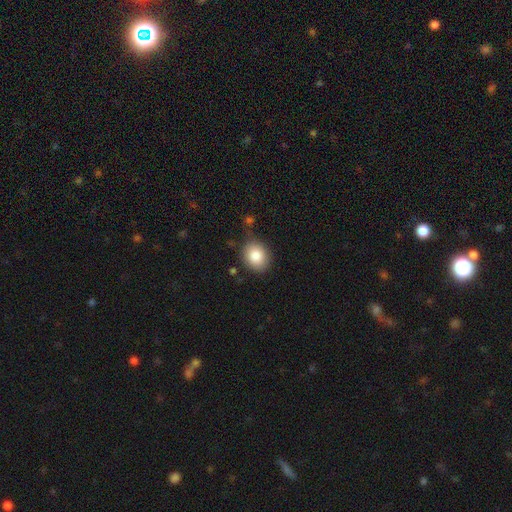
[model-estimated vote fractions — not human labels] Smooth or featured? Predicted: smooth (p=0.85). How rounded? Predicted: round (p=0.62). Merging? Predicted: none (p=0.81).